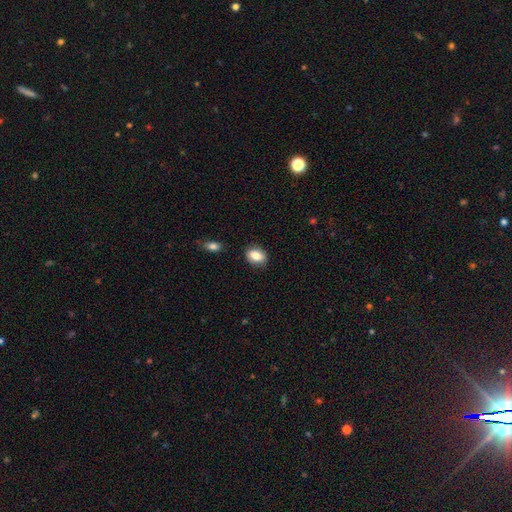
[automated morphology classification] Smooth or featured: smooth — 82% (featured or disk — 10%)
How rounded: in between — 76% (round — 22%)
Merging: none — 85% (minor disturbance — 11%)